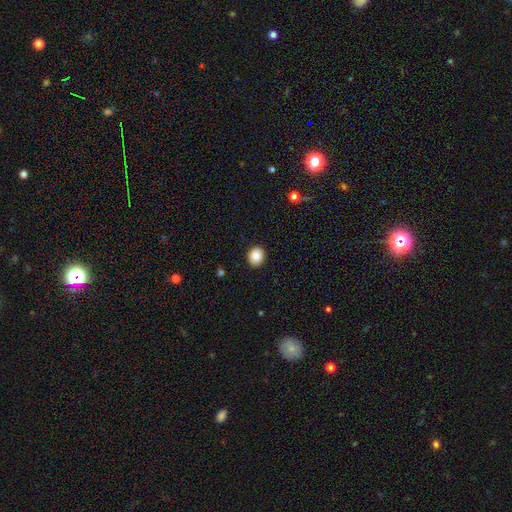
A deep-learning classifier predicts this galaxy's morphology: Overall: smooth (84%). How rounded: round (75%). Merging: none (91%).